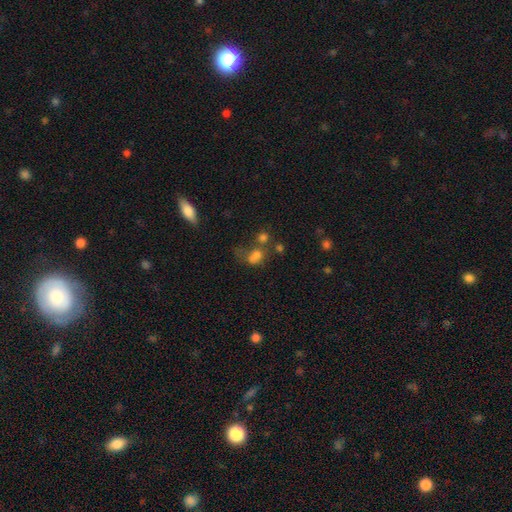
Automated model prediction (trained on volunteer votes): The model was most divided on "how rounded": round: 55%, in between: 43%, cigar-shaped: 2%. Remaining: smooth or featured — smooth (66%); merging — merger (46%).